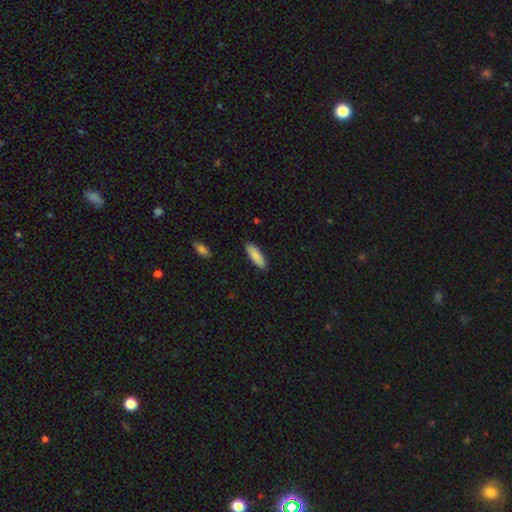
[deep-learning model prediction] A smooth galaxy with no disk features (88%) that is in between round and cigar-shaped (56%).

Vote fractions:
- Smooth or featured? smooth: 88% / featured or disk: 6% / star or artifact: 6%
- How rounded? in between: 56% / cigar-shaped: 42% / round: 1%
- Merging? none: 88% / minor disturbance: 9% / major disturbance: 2% / merger: 1%